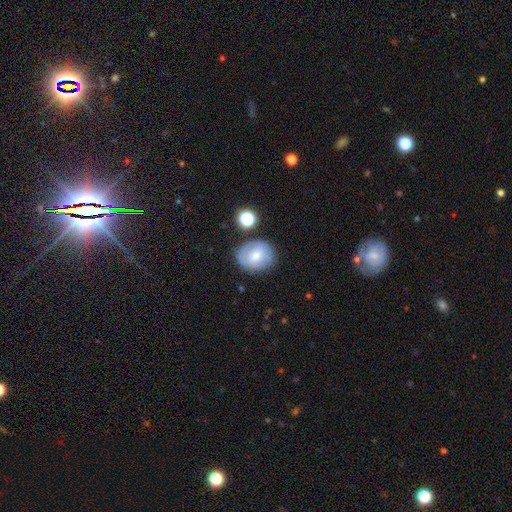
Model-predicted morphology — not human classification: The model was most divided on "smooth or featured": smooth: 63%, featured or disk: 29%, star or artifact: 9%. More confident: merging — none (71%); how rounded — round (67%).